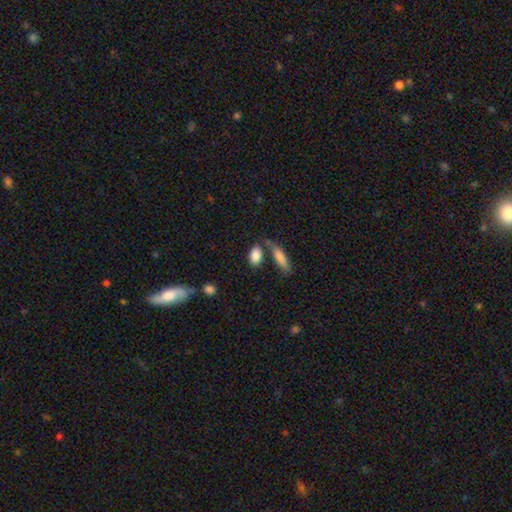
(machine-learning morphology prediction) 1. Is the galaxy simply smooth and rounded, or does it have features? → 86% smooth, 7% star or artifact, 7% featured or disk.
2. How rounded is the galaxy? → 86% in between, 8% cigar-shaped, 6% round.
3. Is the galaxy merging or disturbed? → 64% none, 18% merger, 14% minor disturbance, 5% major disturbance.